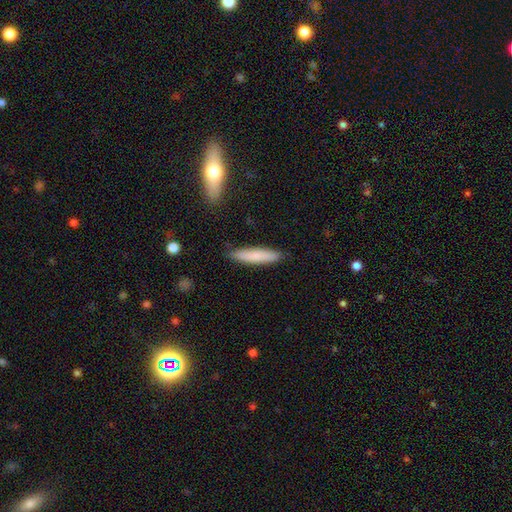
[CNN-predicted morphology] smooth_or_featured: smooth (p=0.79) [alt: featured or disk p=0.15]
how_rounded: cigar-shaped (p=0.86) [alt: in between p=0.13]
merging: none (p=0.87) [alt: minor disturbance p=0.10]